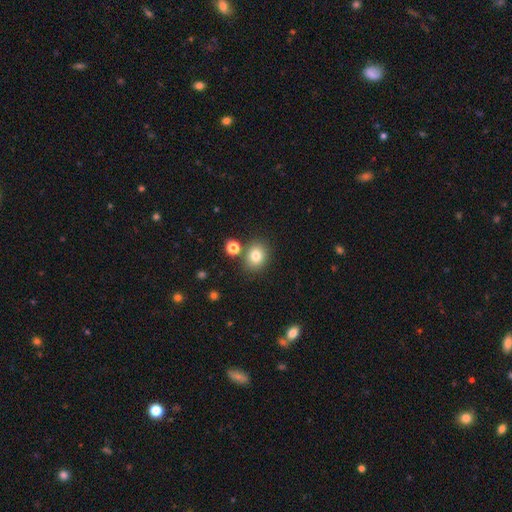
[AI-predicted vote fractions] smooth-or-featured: smooth: 80% | star or artifact: 12% | featured or disk: 8%
  how-rounded: round: 66% | in between: 33% | cigar-shaped: 1%
  merging: none: 78% | minor disturbance: 10% | merger: 10% | major disturbance: 3%